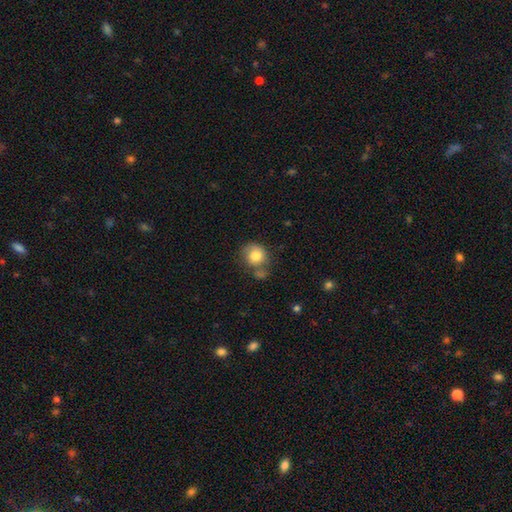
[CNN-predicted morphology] type=smooth (78%); roundness=round (78%); merging=none (49%).